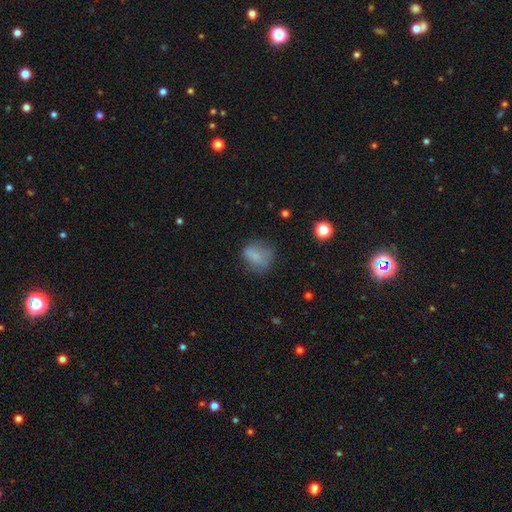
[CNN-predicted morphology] The model was most divided on "how rounded": round: 50%, in between: 48%, cigar-shaped: 2%. More confident: smooth or featured — smooth (72%); merging — none (55%).